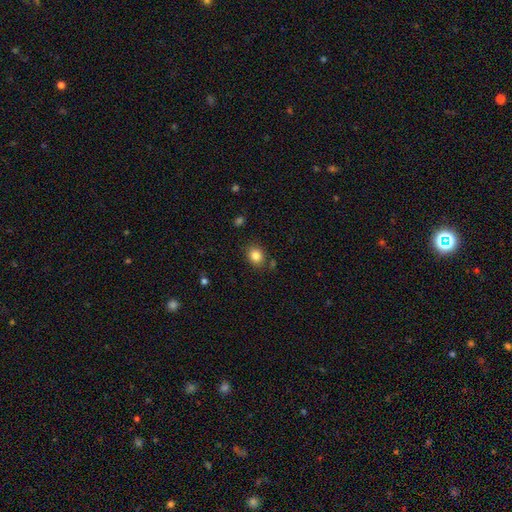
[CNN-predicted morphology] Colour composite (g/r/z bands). It shows a smooth galaxy with no disk features (84%) that is round (63%). Merging: none (82%).